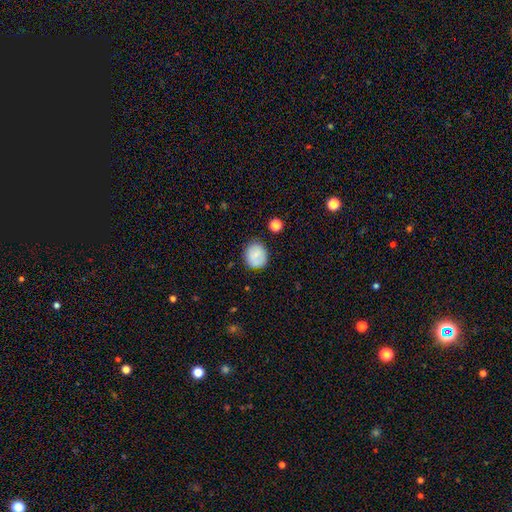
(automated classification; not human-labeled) A smooth galaxy with no disk features (80%) that is round (77%).

Vote fractions:
- Smooth or featured? smooth: 80% / featured or disk: 12% / star or artifact: 8%
- How rounded? round: 77% / in between: 22% / cigar-shaped: 1%
- Merging? none: 80% / minor disturbance: 14% / major disturbance: 4% / merger: 2%